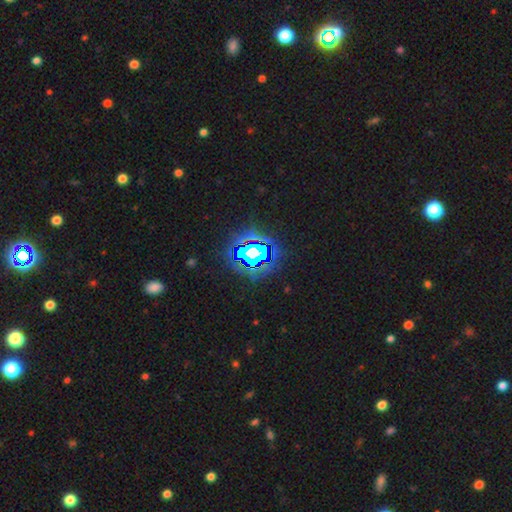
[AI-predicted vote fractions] Smooth or featured?
  - star or artifact: 66% *
  - smooth: 17%
  - featured or disk: 17%